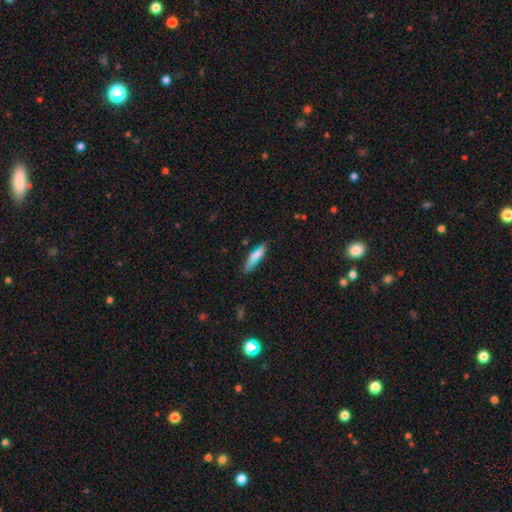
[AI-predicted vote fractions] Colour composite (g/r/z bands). It shows a smooth galaxy with no disk features (76%) that is cigar-shaped (77%). Merging: none (73%).